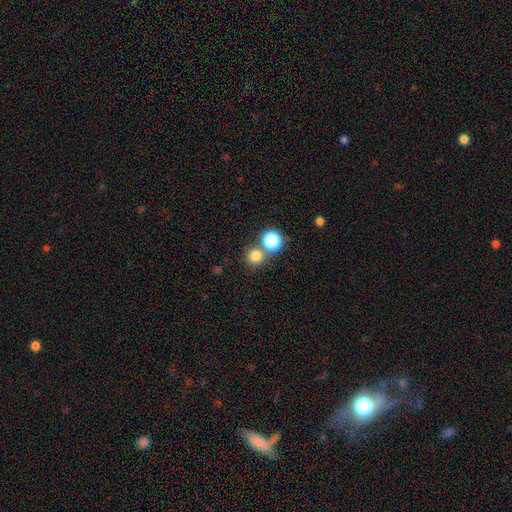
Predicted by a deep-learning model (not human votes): smooth_or_featured: smooth (p=0.77) [alt: star or artifact p=0.17]
how_rounded: round (p=0.92) [alt: in between p=0.07]
merging: none (p=0.66) [alt: merger p=0.25]